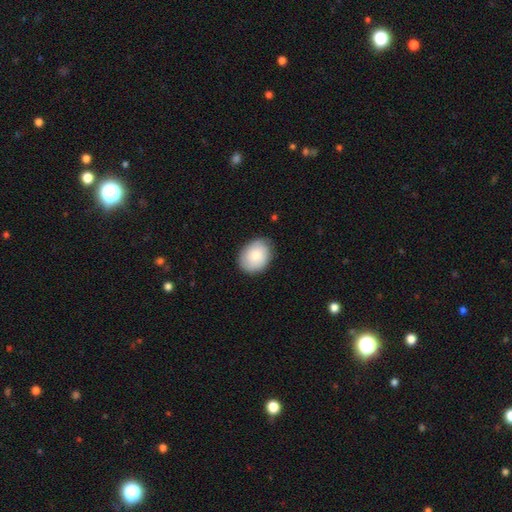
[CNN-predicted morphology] A smooth galaxy with no disk features (78%) that is in between round and cigar-shaped (58%). Merging: none (82%).